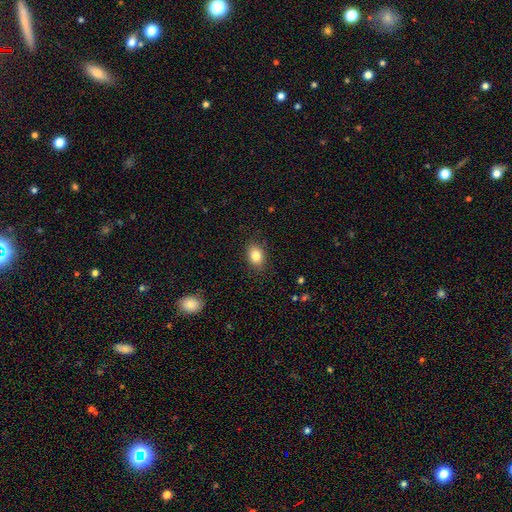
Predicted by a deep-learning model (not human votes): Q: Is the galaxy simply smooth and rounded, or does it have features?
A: smooth — 84%.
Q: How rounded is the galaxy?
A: in between — 72%.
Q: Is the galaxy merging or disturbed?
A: none — 86%.